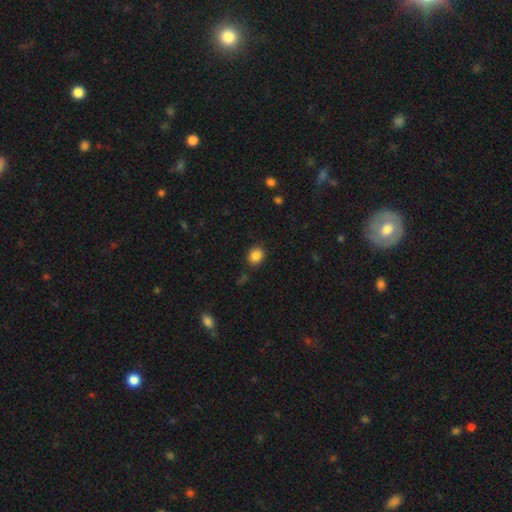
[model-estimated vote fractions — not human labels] Smooth or featured? Predicted: smooth (p=0.86). How rounded? Predicted: round (p=0.68). Merging? Predicted: none (p=0.84).